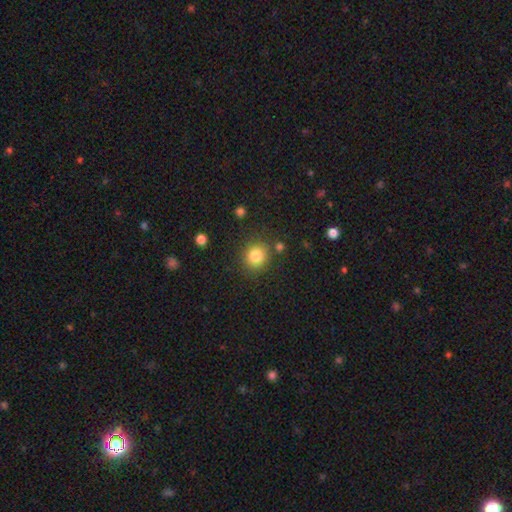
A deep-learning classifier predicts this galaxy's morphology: smooth_or_featured: smooth (p=0.83) [alt: star or artifact p=0.11]
how_rounded: round (p=0.88) [alt: in between p=0.11]
merging: none (p=0.84) [alt: minor disturbance p=0.09]